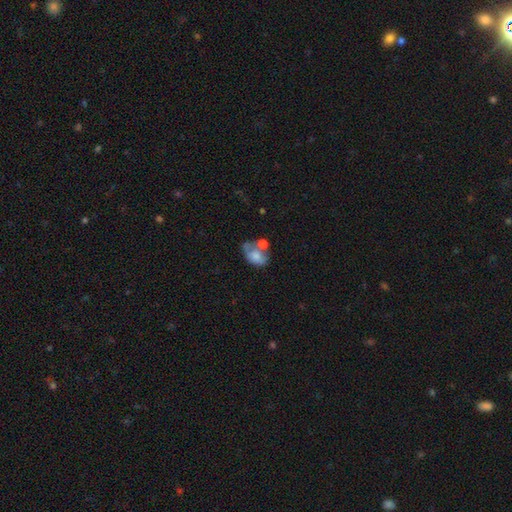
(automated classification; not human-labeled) Smooth or featured? smooth (64%)
How rounded? in between (81%)
Merging? merger (37%)